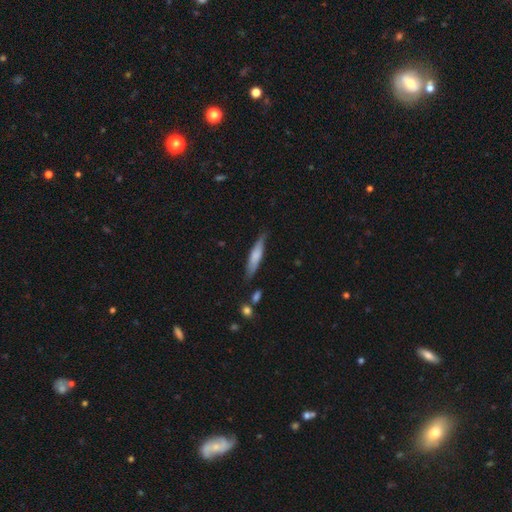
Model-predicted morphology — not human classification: This is likely a smooth galaxy (67%). How rounded: clearly cigar-shaped (82%). Merging: likely none (75%).